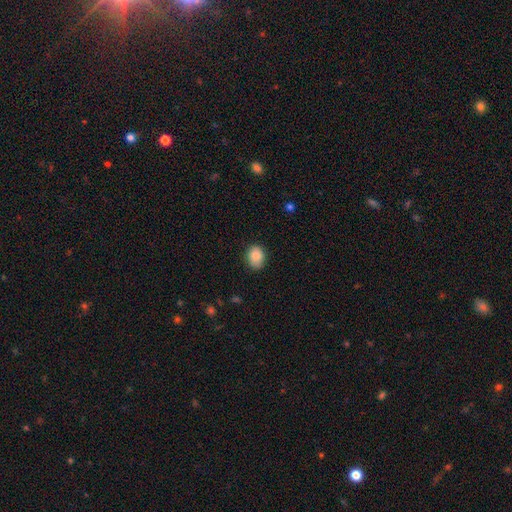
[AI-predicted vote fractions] The model was most divided on "how rounded": in between: 58%, round: 41%, cigar-shaped: 1%. More confident: smooth or featured — smooth (85%); merging — none (82%).